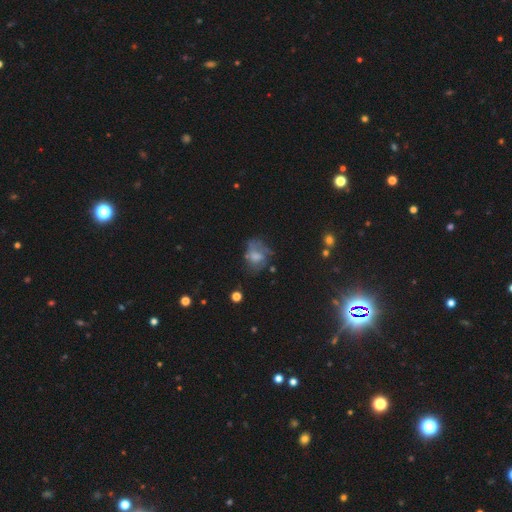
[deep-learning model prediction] The model was most divided on "smooth or featured": smooth: 47%, featured or disk: 39%, star or artifact: 14%. Remaining: merging — none (41%).